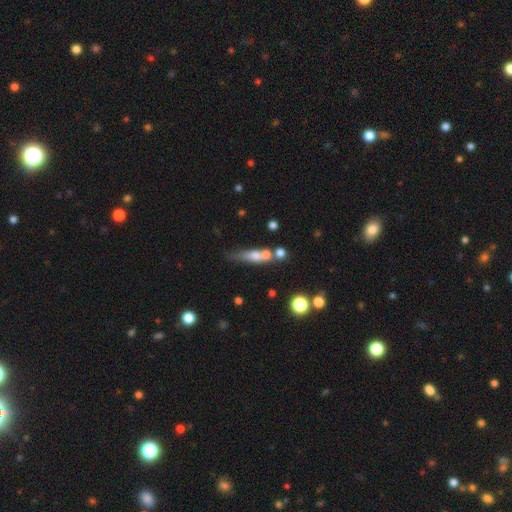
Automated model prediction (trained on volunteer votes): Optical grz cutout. It shows a smooth galaxy with no disk features (56%) that is cigar-shaped (63%). Merging: none (42%).